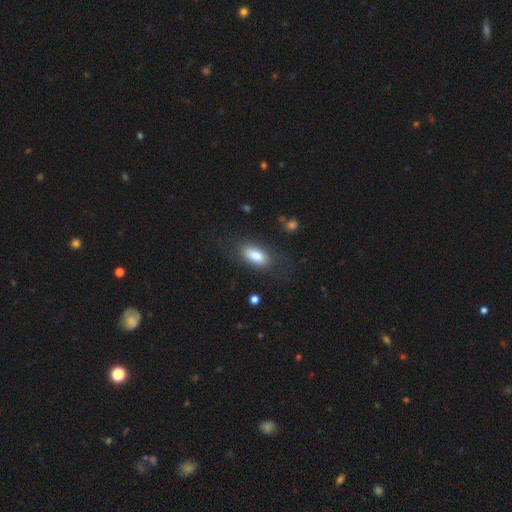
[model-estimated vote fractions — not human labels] The model was most divided on "merging": none: 71%, minor disturbance: 17%, major disturbance: 10%, merger: 2%. More confident: how rounded — in between (87%); smooth or featured — smooth (78%).